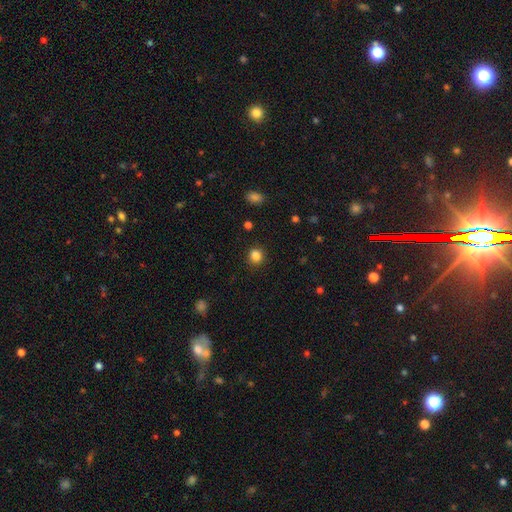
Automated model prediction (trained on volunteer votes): smooth_or_featured: smooth (p=0.84) [alt: star or artifact p=0.12]
how_rounded: round (p=0.79) [alt: in between p=0.20]
merging: none (p=0.87) [alt: minor disturbance p=0.09]